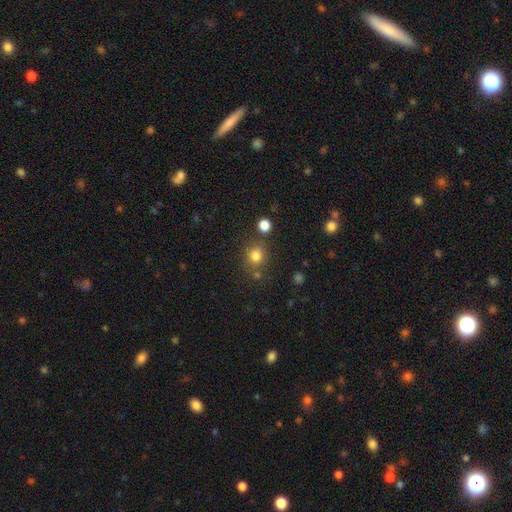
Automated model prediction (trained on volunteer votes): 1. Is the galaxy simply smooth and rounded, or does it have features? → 80% smooth, 14% star or artifact, 7% featured or disk.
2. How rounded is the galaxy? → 77% round, 22% in between, 1% cigar-shaped.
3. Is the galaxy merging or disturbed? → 73% none, 12% minor disturbance, 10% merger, 5% major disturbance.